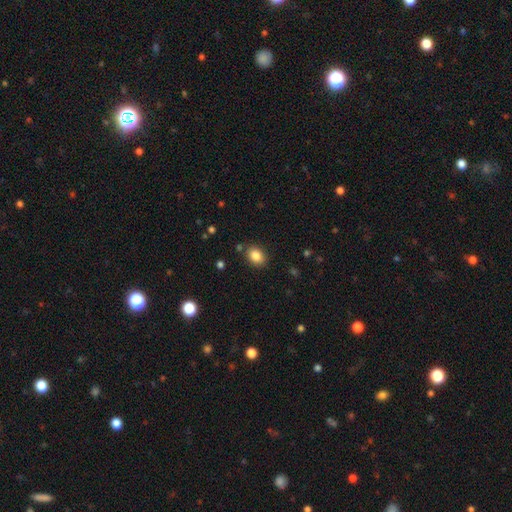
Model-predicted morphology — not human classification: Smooth or featured? Predicted: smooth (p=0.86). How rounded? Predicted: in between (p=0.67). Merging? Predicted: none (p=0.84).